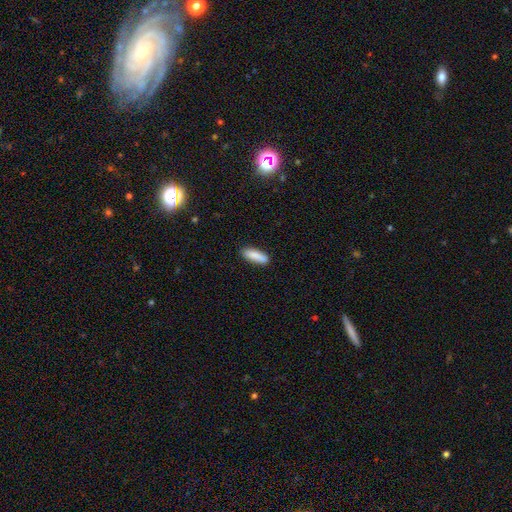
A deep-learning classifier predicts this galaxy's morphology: Smooth or featured? Predicted: smooth (p=0.88). How rounded? Predicted: cigar-shaped (p=0.54). Merging? Predicted: none (p=0.85).